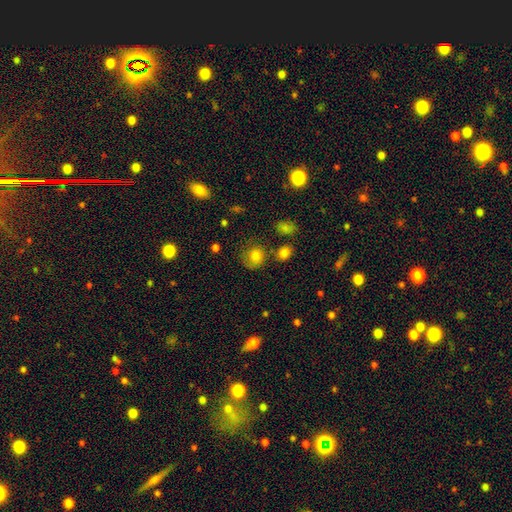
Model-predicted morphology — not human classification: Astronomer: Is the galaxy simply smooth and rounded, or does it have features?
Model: smooth — 77%.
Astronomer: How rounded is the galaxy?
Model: round — 79%.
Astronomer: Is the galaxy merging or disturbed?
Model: none — 65%.